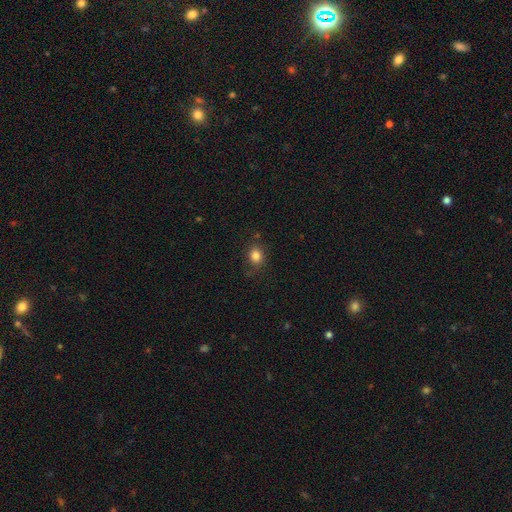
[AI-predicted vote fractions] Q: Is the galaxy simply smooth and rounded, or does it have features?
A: smooth — 83%.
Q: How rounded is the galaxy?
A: round — 55%.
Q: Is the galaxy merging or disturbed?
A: none — 77%.